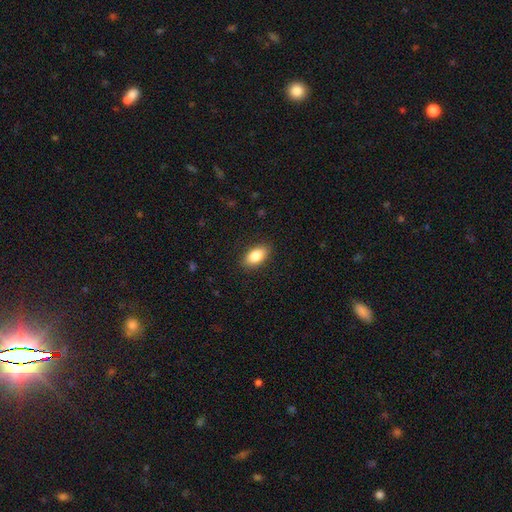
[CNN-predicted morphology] A smooth galaxy with no disk features (85%) that is in between round and cigar-shaped (91%).

Vote fractions:
- Smooth or featured? smooth: 85% / featured or disk: 8% / star or artifact: 7%
- How rounded? in between: 91% / round: 5% / cigar-shaped: 3%
- Merging? none: 88% / minor disturbance: 9% / major disturbance: 2% / merger: 1%